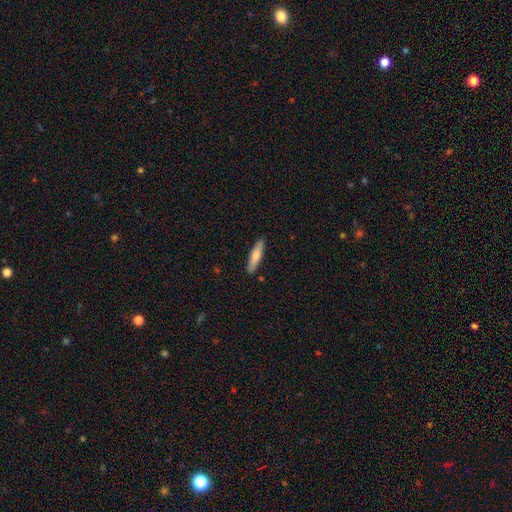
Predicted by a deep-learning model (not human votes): Q: Smooth or featured?
A: smooth (69%); runner-up: featured or disk (25%)
Q: How rounded?
A: cigar-shaped (77%); runner-up: in between (22%)
Q: Merging?
A: none (89%); runner-up: minor disturbance (9%)